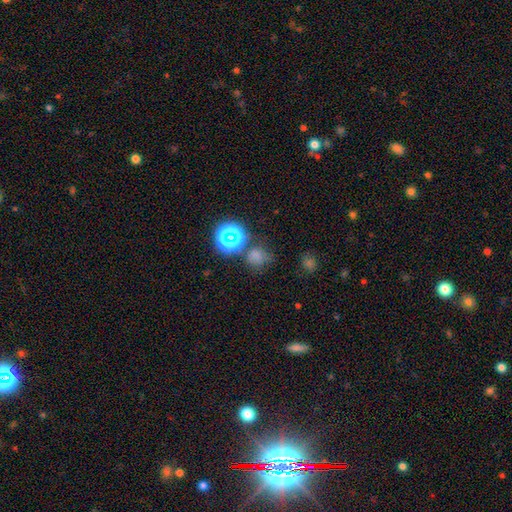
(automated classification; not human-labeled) Smooth or featured? Predicted: smooth (p=0.61). How rounded? Predicted: round (p=0.78). Merging? Predicted: none (p=0.63).